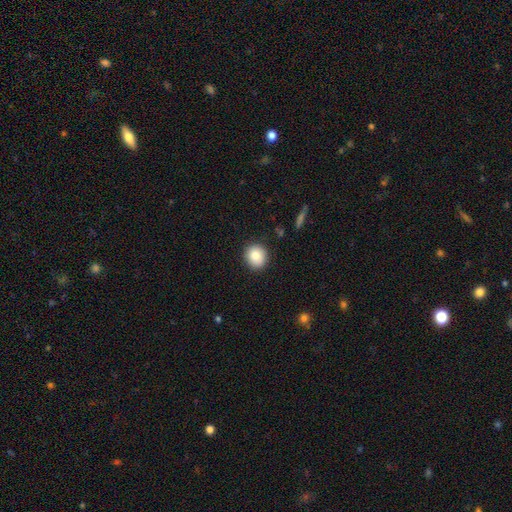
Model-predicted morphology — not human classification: This is clearly a smooth galaxy (85%). How rounded: clearly round (82%). Merging: clearly none (89%).